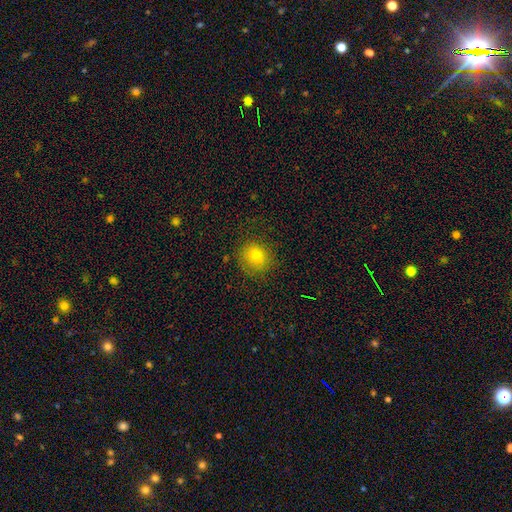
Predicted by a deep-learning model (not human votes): Smooth or featured? smooth (79%)
How rounded? round (85%)
Merging? none (83%)